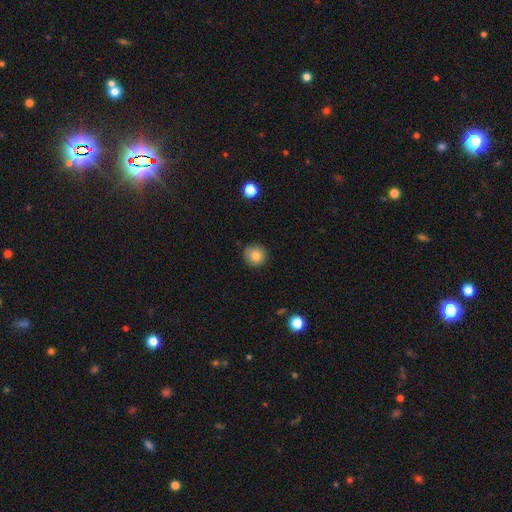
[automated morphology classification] smooth 81%, star or artifact 10%, featured or disk 9%. Down the decision tree: how rounded — round (94%); merging — none (89%).